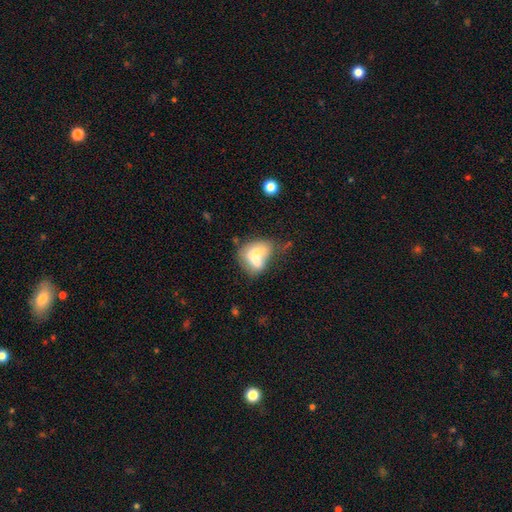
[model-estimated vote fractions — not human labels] Smooth or featured? Predicted: smooth (p=0.57). How rounded? Predicted: in between (p=0.72). Merging? Predicted: merger (p=0.51).